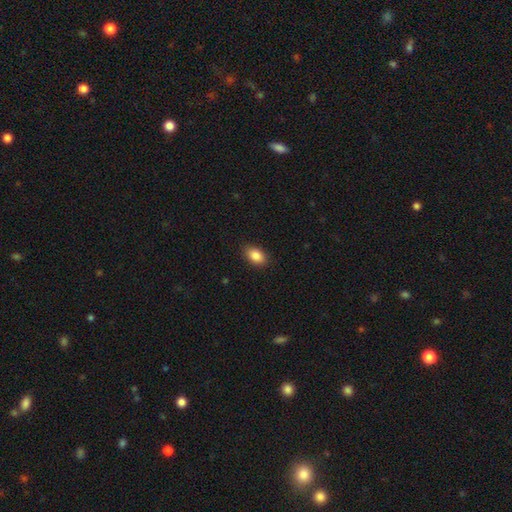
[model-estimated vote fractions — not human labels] smooth-or-featured: smooth: 87% | star or artifact: 8% | featured or disk: 5%
  how-rounded: in between: 88% | round: 11% | cigar-shaped: 2%
  merging: none: 88% | minor disturbance: 9% | major disturbance: 2% | merger: 1%